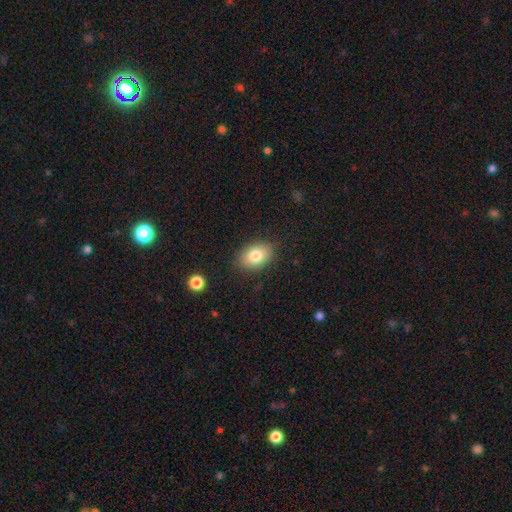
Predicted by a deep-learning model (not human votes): smooth-or-featured: smooth: 81% | featured or disk: 11% | star or artifact: 8%
  how-rounded: in between: 84% | round: 15% | cigar-shaped: 1%
  merging: none: 86% | minor disturbance: 10% | major disturbance: 3% | merger: 1%